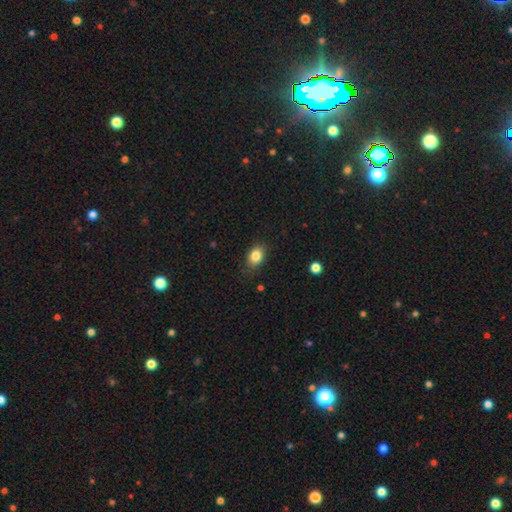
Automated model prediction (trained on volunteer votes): Morphology: type=smooth (84%); roundness=in between (74%); merging=none (81%).